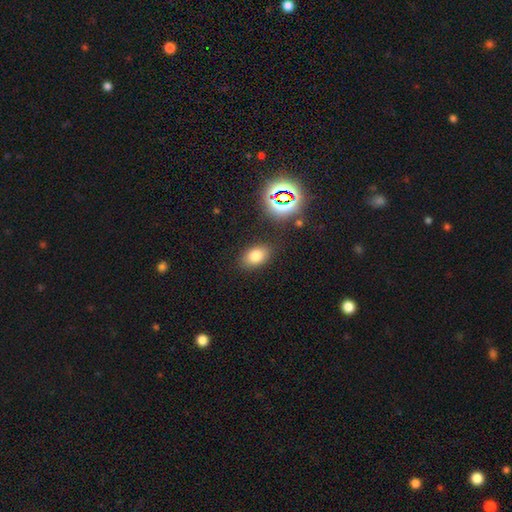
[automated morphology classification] A smooth galaxy with no disk features (76%) that is in between round and cigar-shaped (81%).

Vote fractions:
- Smooth or featured? smooth: 76% / star or artifact: 16% / featured or disk: 9%
- How rounded? in between: 81% / round: 17% / cigar-shaped: 1%
- Merging? none: 83% / minor disturbance: 11% / major disturbance: 3% / merger: 2%